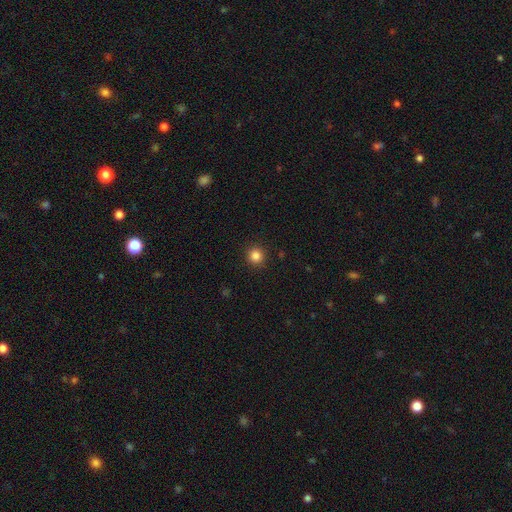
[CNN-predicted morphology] smooth 84%, star or artifact 12%, featured or disk 4%. Down the decision tree: how rounded — round (94%); merging — none (92%).